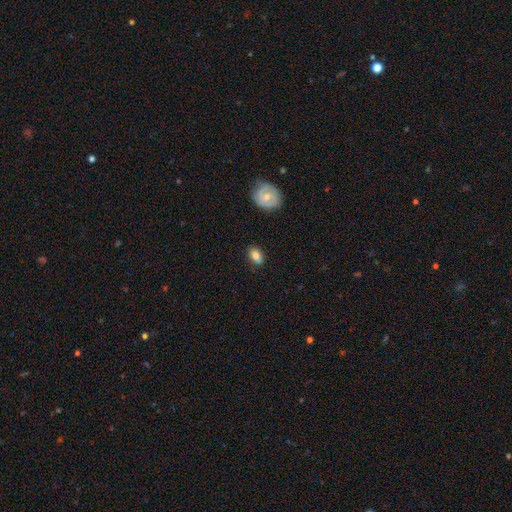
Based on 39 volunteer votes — Q: Smooth or featured?
A: smooth (67%); runner-up: featured or disk (26%)
Q: How rounded?
A: in between (92%); runner-up: round (4%)
Q: Merging?
A: none (83%); runner-up: minor disturbance (11%)